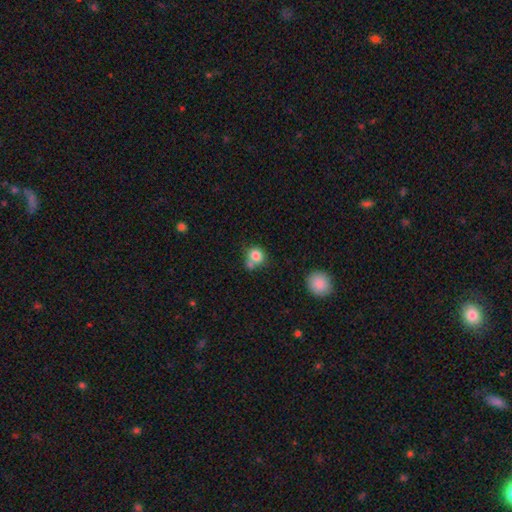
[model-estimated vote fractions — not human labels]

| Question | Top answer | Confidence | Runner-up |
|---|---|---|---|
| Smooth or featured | smooth | 81% | star or artifact (10%) |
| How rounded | round | 80% | in between (19%) |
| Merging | none | 50% | merger (33%) |